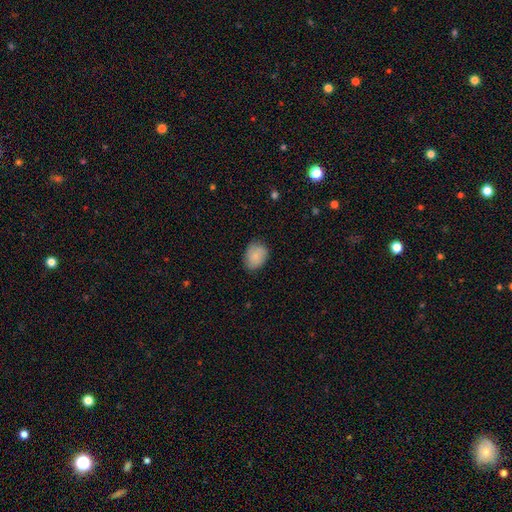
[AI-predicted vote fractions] Q: Smooth or featured?
A: smooth (84%); runner-up: featured or disk (9%)
Q: How rounded?
A: in between (64%); runner-up: round (35%)
Q: Merging?
A: none (77%); runner-up: minor disturbance (18%)